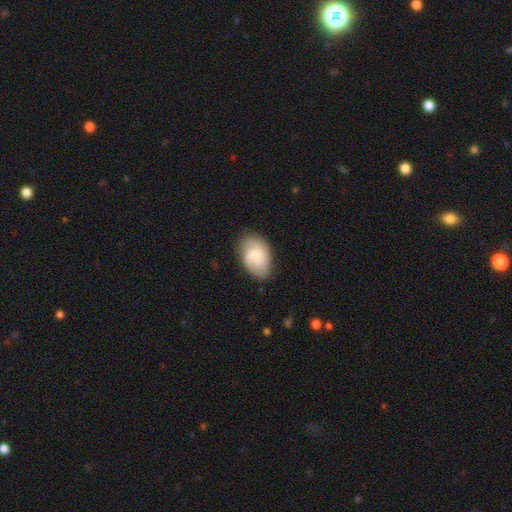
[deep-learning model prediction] Smooth or featured?
  - smooth: 57% *
  - featured or disk: 36%
  - star or artifact: 7%
How rounded?
  - in between: 87% *
  - round: 12%
  - cigar-shaped: 1%
Merging?
  - none: 70% *
  - minor disturbance: 22%
  - major disturbance: 7%
  - merger: 1%